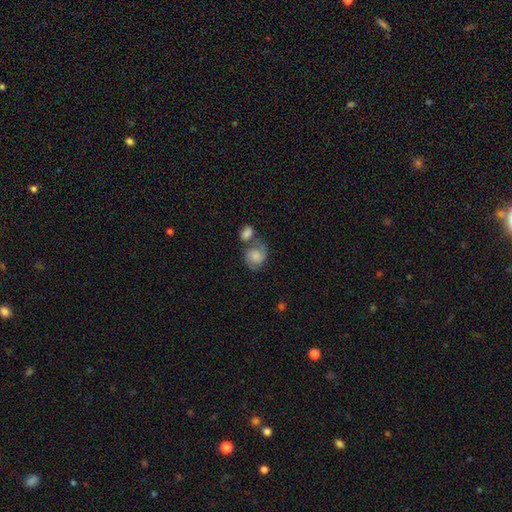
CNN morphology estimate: Q: Smooth or featured?
A: featured or disk (49%); runner-up: smooth (43%)
Q: Merging?
A: merger (41%); runner-up: none (37%)